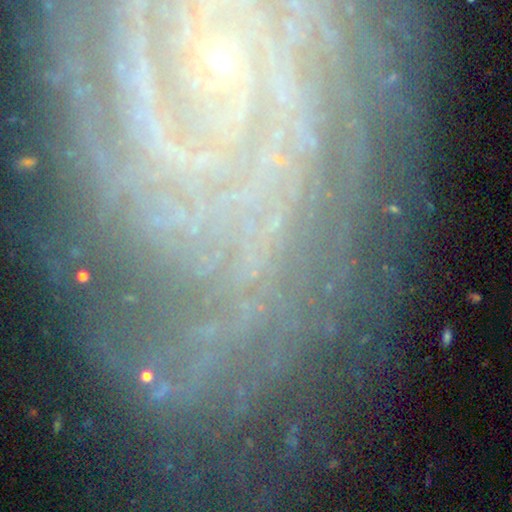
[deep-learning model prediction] The model was most divided on "bar": no: 54%, weak: 26%, strong: 21%. More confident: edge-on disk — no (92%); spiral arms — yes (86%); merging — none (68%); smooth or featured — featured or disk (60%); bulge size — small (57%).